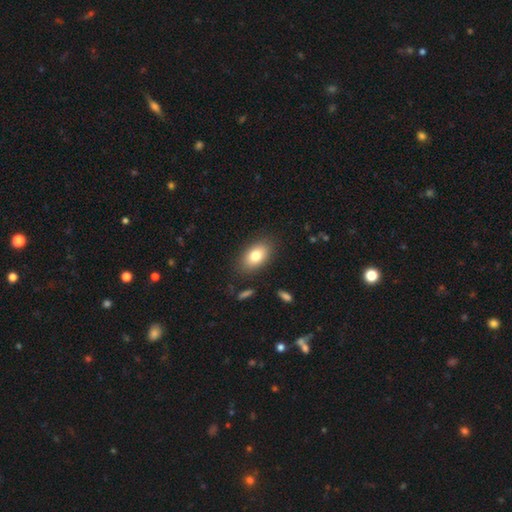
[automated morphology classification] Smooth or featured? smooth (79%)
How rounded? in between (89%)
Merging? none (85%)